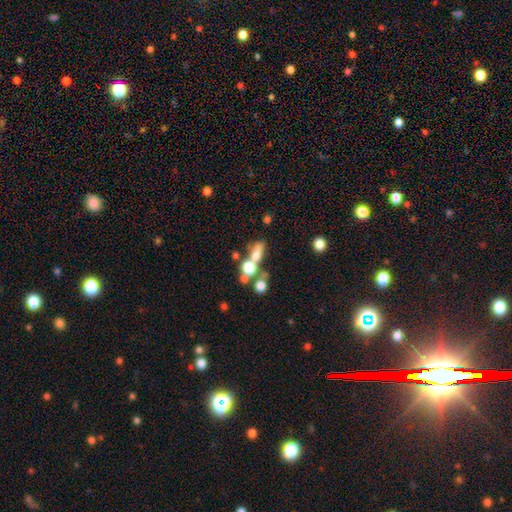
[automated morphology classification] Smooth or featured?
  - smooth: 63% *
  - featured or disk: 22%
  - star or artifact: 15%
How rounded?
  - in between: 53% *
  - round: 35%
  - cigar-shaped: 12%
Merging?
  - merger: 50% *
  - none: 30%
  - major disturbance: 10%
  - minor disturbance: 10%